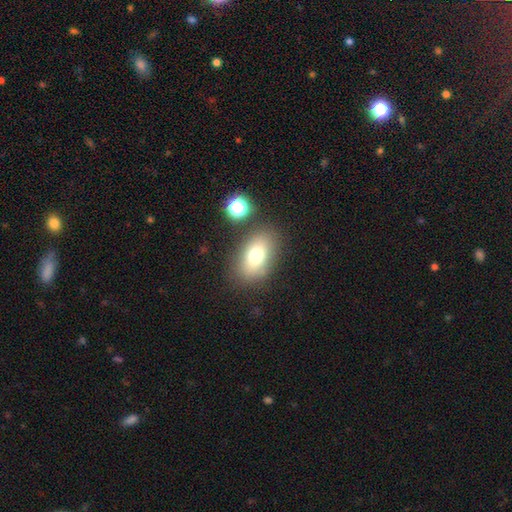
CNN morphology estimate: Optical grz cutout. It shows a smooth galaxy with no disk features (73%) that is in between round and cigar-shaped (84%). Merging: none (80%).